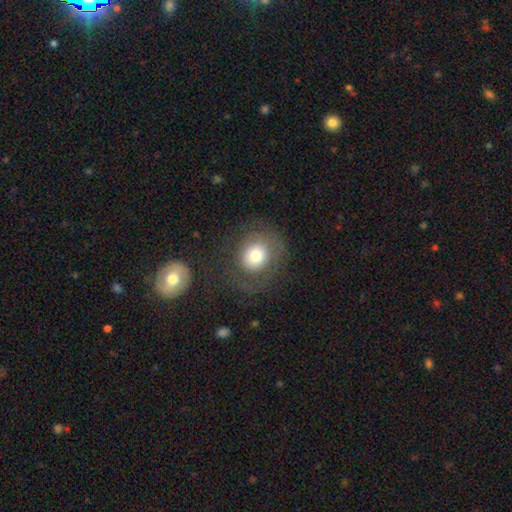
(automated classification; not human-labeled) Smooth or featured: smooth — 65% (featured or disk — 24%)
How rounded: round — 80% (in between — 19%)
Merging: none — 62% (major disturbance — 19%)